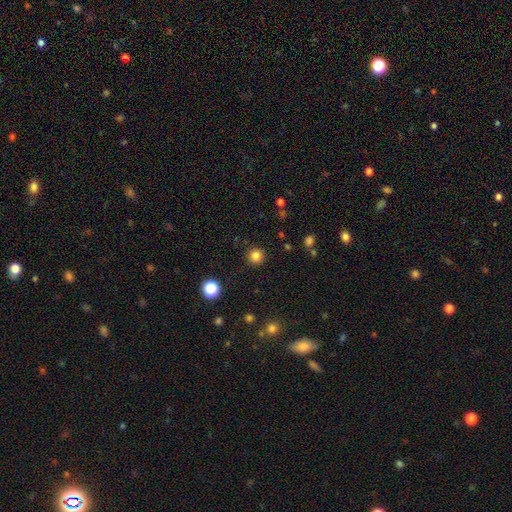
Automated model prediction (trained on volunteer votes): smooth 83%, star or artifact 13%, featured or disk 4%. Down the decision tree: how rounded — round (95%); merging — none (91%).